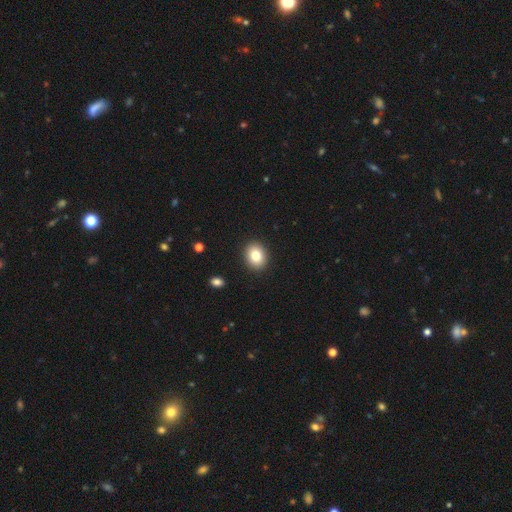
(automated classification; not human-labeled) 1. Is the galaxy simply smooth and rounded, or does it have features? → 82% smooth, 9% star or artifact, 9% featured or disk.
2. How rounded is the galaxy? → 52% round, 47% in between, 1% cigar-shaped.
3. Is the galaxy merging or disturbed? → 91% none, 6% minor disturbance, 2% major disturbance, 1% merger.